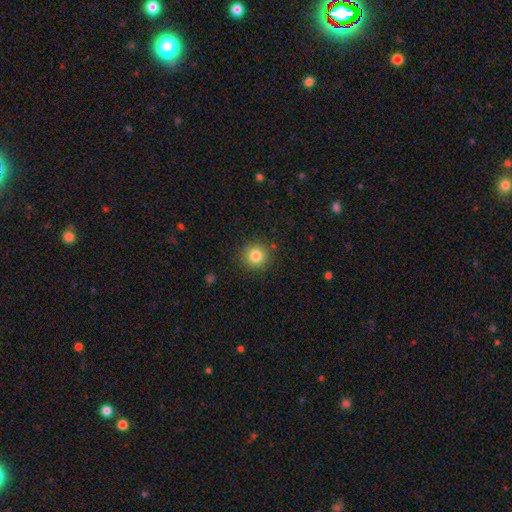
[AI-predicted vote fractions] A smooth galaxy with no disk features (82%) that is round (94%).

Vote fractions:
- Smooth or featured? smooth: 82% / star or artifact: 11% / featured or disk: 7%
- How rounded? round: 94% / in between: 5% / cigar-shaped: 1%
- Merging? none: 88% / minor disturbance: 8% / major disturbance: 3% / merger: 1%